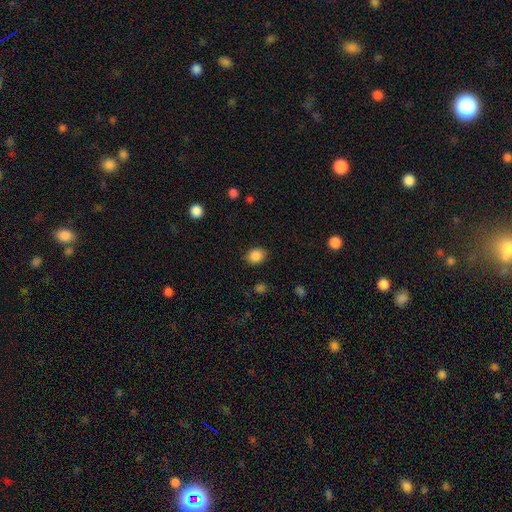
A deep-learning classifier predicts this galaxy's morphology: This appears to be a smooth galaxy with no disk features (87%) that is in between round and cigar-shaped (54%). Merging: none (83%).